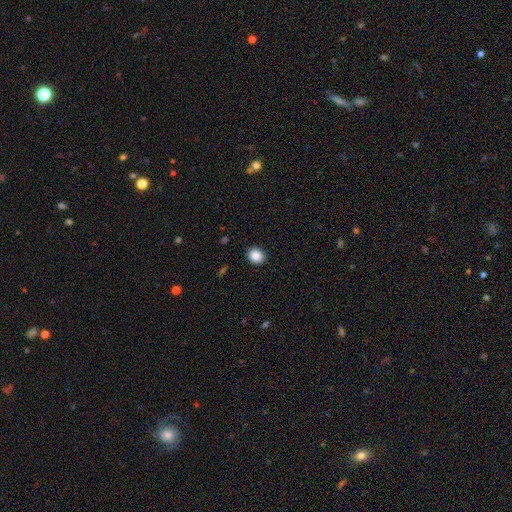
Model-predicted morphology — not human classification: Overall: smooth (88%). How rounded: round (74%). Merging: none (90%).